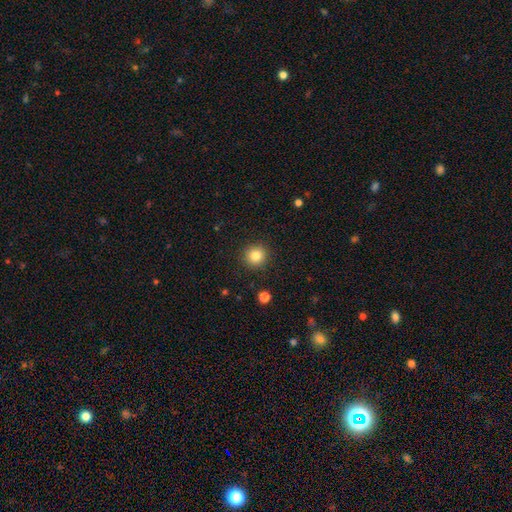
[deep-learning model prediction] smooth 83%, star or artifact 11%, featured or disk 6%. Down the decision tree: how rounded — round (93%); merging — none (91%).